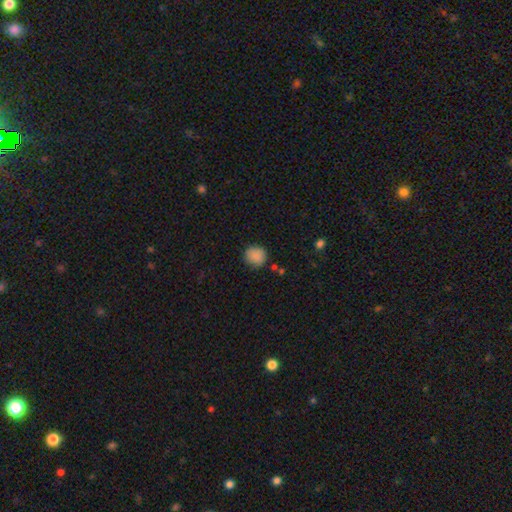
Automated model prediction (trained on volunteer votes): smooth_or_featured: smooth (p=0.87) [alt: star or artifact p=0.09]
how_rounded: round (p=0.86) [alt: in between p=0.13]
merging: none (p=0.81) [alt: minor disturbance p=0.13]